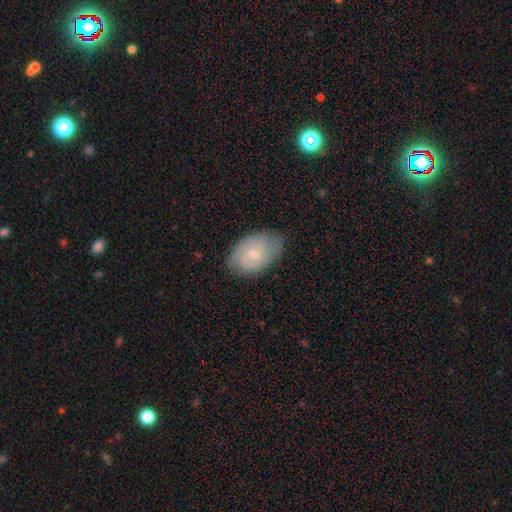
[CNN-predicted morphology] Smooth or featured?
  - smooth: 55% *
  - featured or disk: 38%
  - star or artifact: 7%
How rounded?
  - in between: 87% *
  - round: 12%
  - cigar-shaped: 1%
Merging?
  - none: 72% *
  - minor disturbance: 22%
  - major disturbance: 5%
  - merger: 1%